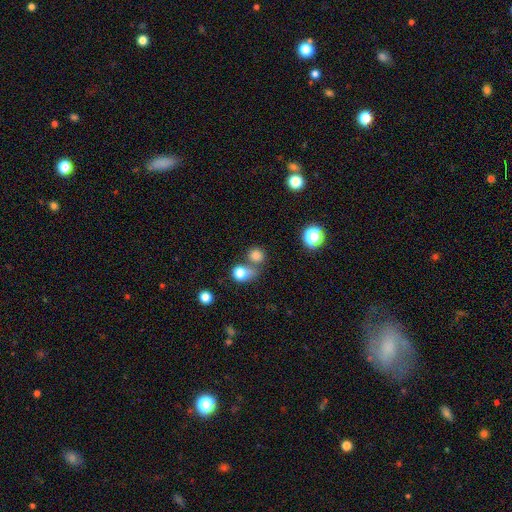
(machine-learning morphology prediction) Smooth or featured? Predicted: smooth (p=0.78). How rounded? Predicted: round (p=0.81). Merging? Predicted: none (p=0.54).